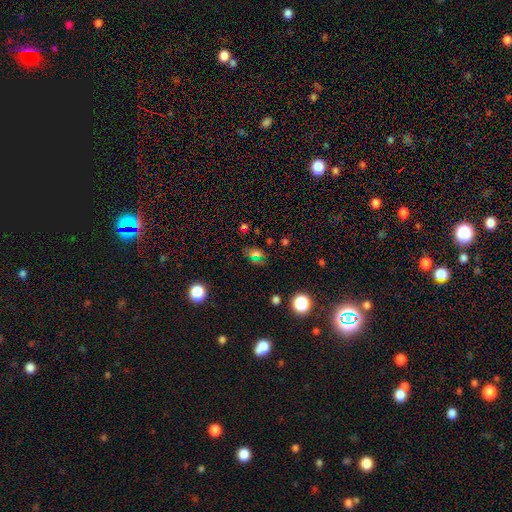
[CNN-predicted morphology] Smooth or featured? smooth (49%)
Merging? none (75%)